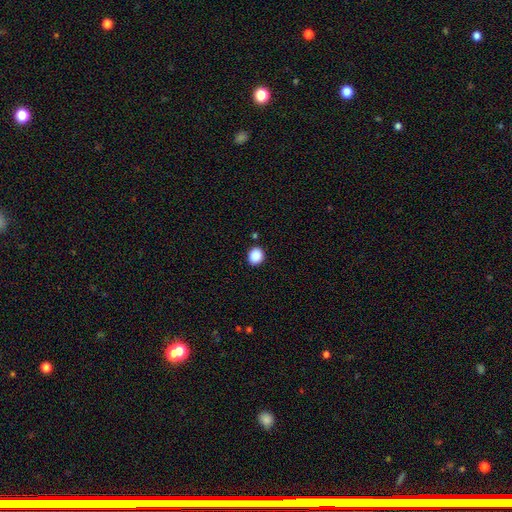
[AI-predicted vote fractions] Smooth or featured? Predicted: smooth (p=0.89). How rounded? Predicted: round (p=0.71). Merging? Predicted: none (p=0.88).